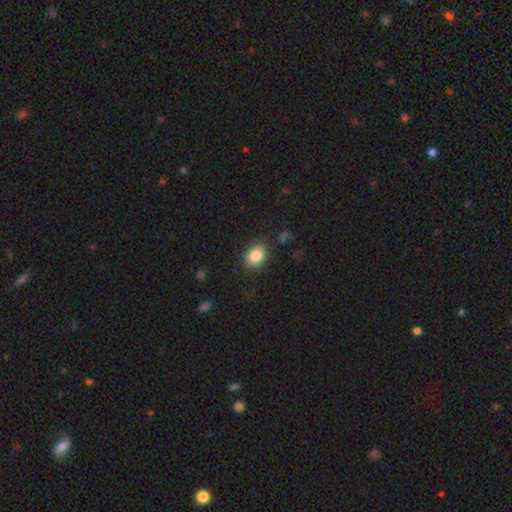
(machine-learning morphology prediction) Smooth or featured?
  - smooth: 86% *
  - star or artifact: 8%
  - featured or disk: 6%
How rounded?
  - in between: 72% *
  - round: 27%
  - cigar-shaped: 1%
Merging?
  - none: 82% *
  - minor disturbance: 12%
  - major disturbance: 4%
  - merger: 2%